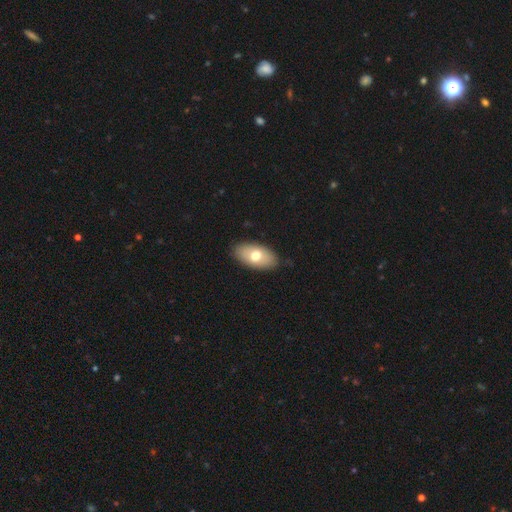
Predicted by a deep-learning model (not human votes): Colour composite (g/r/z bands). It shows a smooth galaxy with no disk features (70%) that is in between round and cigar-shaped (93%). Merging: none (85%).